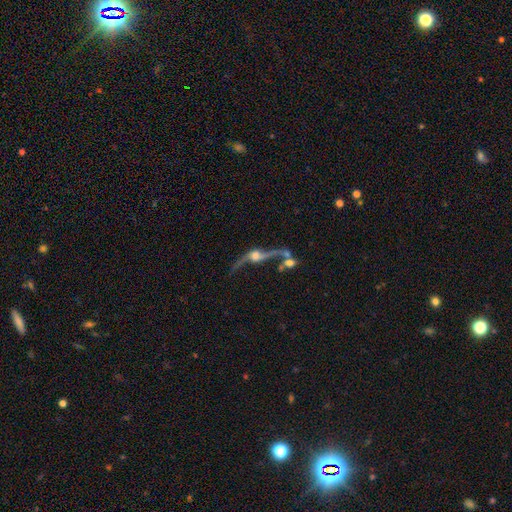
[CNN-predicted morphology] Smooth or featured: featured or disk — 81% (smooth — 10%)
Edge-on disk: no — 51% (yes — 49%)
Merging: merger — 36% (none — 34%)